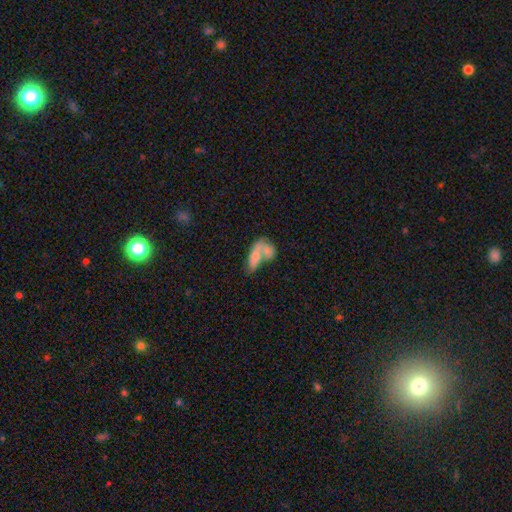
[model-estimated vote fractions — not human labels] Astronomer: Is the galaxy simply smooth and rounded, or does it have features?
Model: smooth — 60%.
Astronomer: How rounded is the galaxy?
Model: in between — 80%.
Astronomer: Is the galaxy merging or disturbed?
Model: merger — 66%.